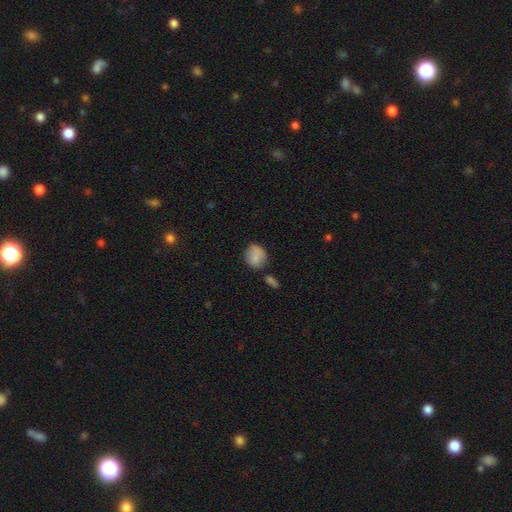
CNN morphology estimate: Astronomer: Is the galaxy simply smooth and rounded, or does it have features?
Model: smooth — 83%.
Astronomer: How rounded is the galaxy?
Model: round — 63%.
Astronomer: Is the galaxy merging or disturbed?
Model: none — 67%.